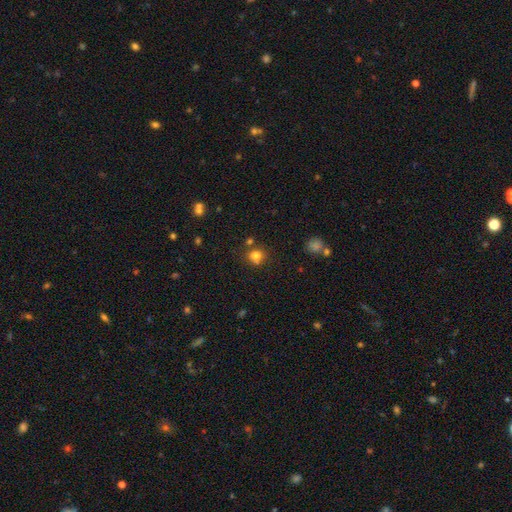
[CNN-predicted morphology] A smooth galaxy with no disk features (78%) that is round (79%). Merging: none (67%).